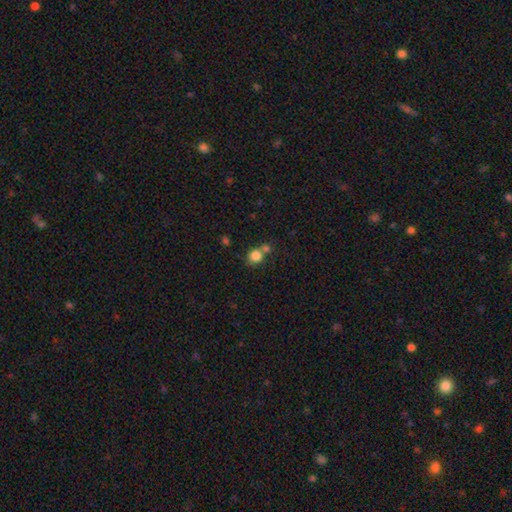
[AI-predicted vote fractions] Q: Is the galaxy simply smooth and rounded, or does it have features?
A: smooth — 83%.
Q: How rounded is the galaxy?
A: round — 84%.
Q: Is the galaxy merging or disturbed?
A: none — 54%.